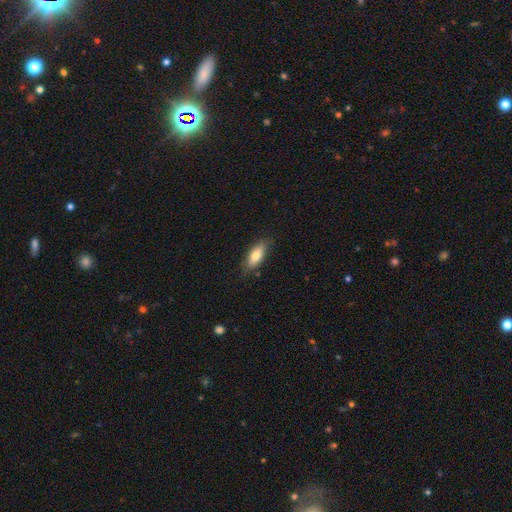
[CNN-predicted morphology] Q: Smooth or featured?
A: smooth (74%); runner-up: featured or disk (20%)
Q: How rounded?
A: in between (74%); runner-up: cigar-shaped (24%)
Q: Merging?
A: none (79%); runner-up: minor disturbance (17%)